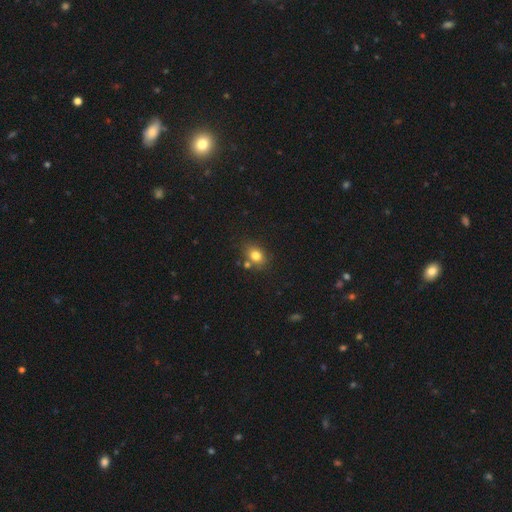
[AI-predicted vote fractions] Smooth or featured: smooth — 79% (star or artifact — 11%)
How rounded: in between — 58% (round — 40%)
Merging: none — 66% (minor disturbance — 16%)